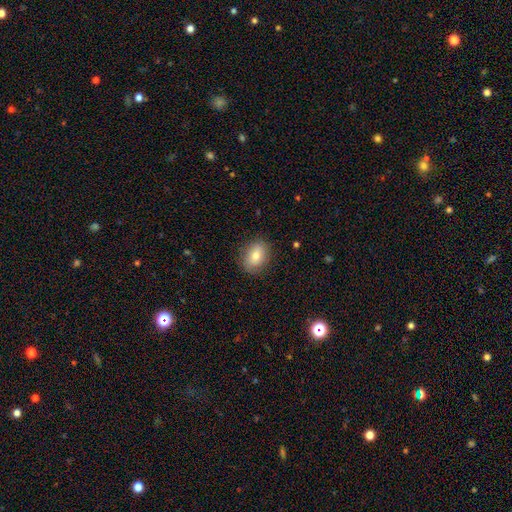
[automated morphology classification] type=smooth (76%); roundness=in between (71%); merging=none (85%).